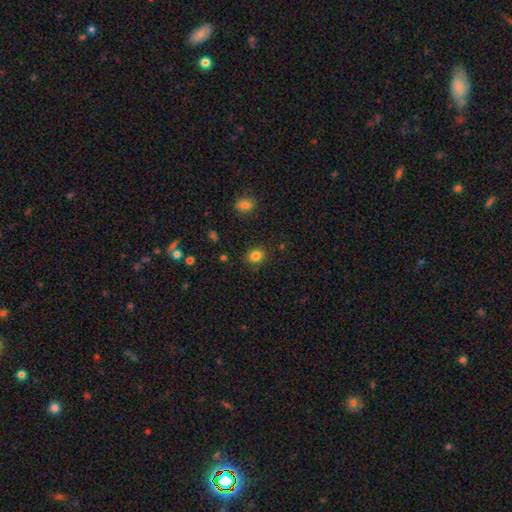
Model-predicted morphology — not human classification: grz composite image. It shows a smooth galaxy with no disk features (83%) that is round (62%). Merging: none (85%).